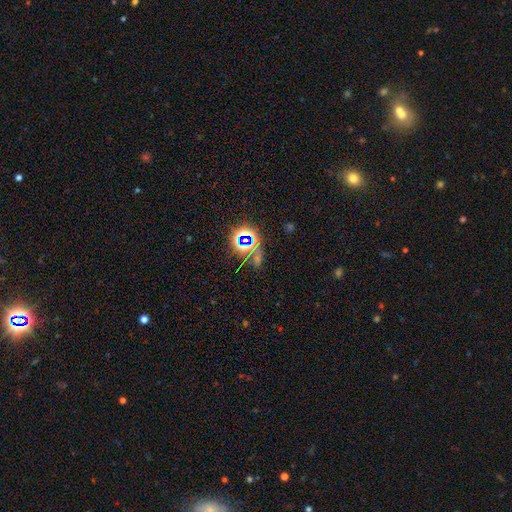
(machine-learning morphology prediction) This is likely a star or artifact rather than a galaxy (69%).